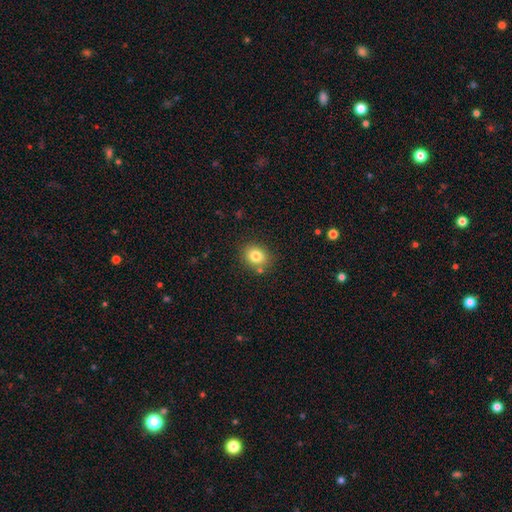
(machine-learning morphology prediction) Overall: smooth (82%). How rounded: round (59%; in between 41%). Merging: none (82%).